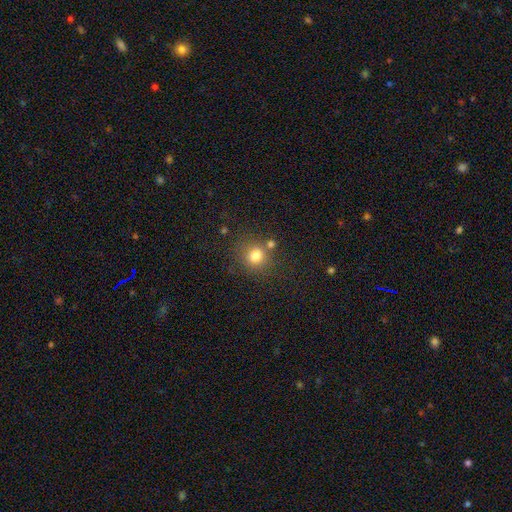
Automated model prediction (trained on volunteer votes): Q: Smooth or featured?
A: smooth (78%); runner-up: star or artifact (15%)
Q: How rounded?
A: round (87%); runner-up: in between (13%)
Q: Merging?
A: none (74%); runner-up: merger (12%)